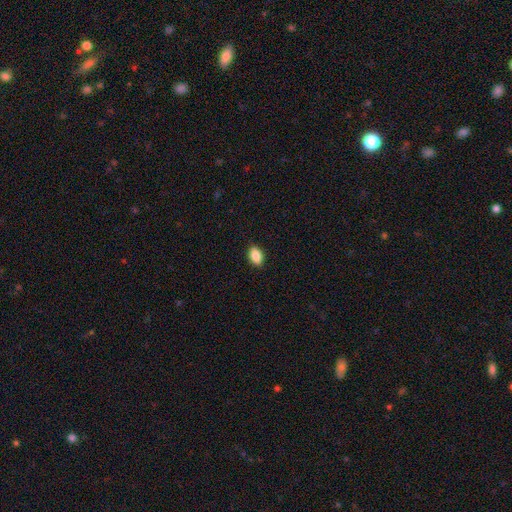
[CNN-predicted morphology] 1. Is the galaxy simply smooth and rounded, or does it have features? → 89% smooth, 7% star or artifact, 4% featured or disk.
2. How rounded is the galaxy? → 90% in between, 9% round, 2% cigar-shaped.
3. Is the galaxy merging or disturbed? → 90% none, 8% minor disturbance, 2% major disturbance, 1% merger.